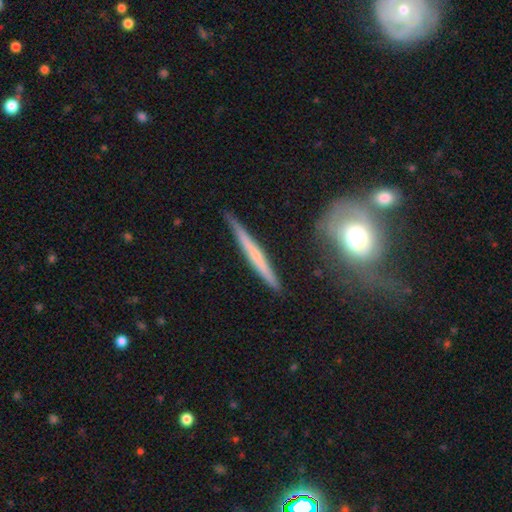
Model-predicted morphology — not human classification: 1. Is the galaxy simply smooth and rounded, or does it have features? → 54% featured or disk, 41% smooth, 6% star or artifact.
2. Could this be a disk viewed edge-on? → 95% yes, 5% no.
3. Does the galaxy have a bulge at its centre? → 69% none, 25% rounded, 6% boxy.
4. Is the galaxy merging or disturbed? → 87% none, 9% minor disturbance, 2% merger, 2% major disturbance.